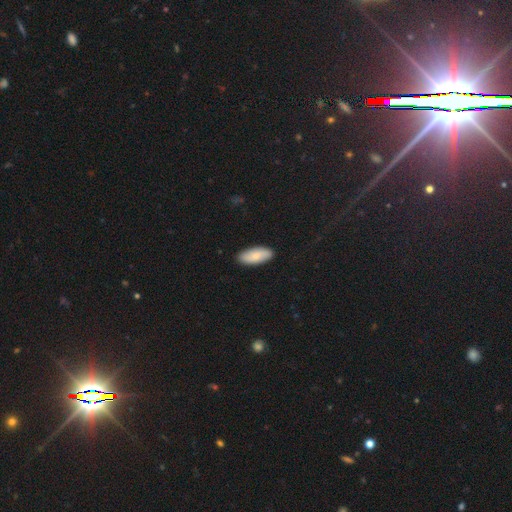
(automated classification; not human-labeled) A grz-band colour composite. It shows a smooth galaxy with no disk features (79%) that is in between round and cigar-shaped (84%). Merging: none (90%).